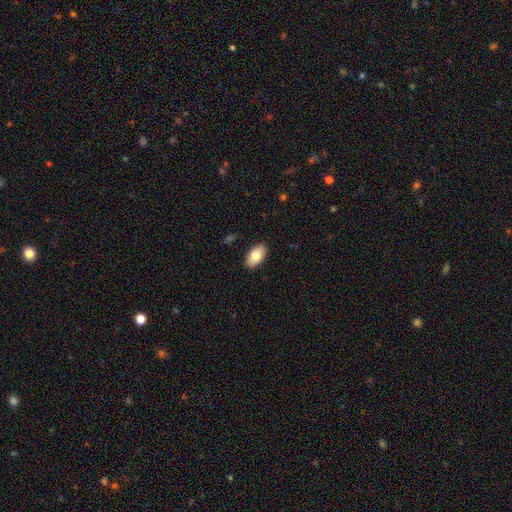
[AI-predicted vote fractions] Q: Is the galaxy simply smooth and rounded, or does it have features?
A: smooth — 79%.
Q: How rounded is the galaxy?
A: in between — 94%.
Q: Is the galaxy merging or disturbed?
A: none — 89%.